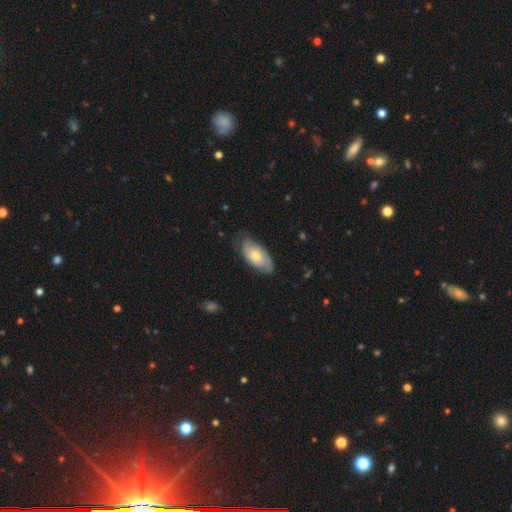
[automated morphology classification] smooth 53%, featured or disk 41%, star or artifact 6%. Down the decision tree: how rounded — in between (92%); merging — none (64%).